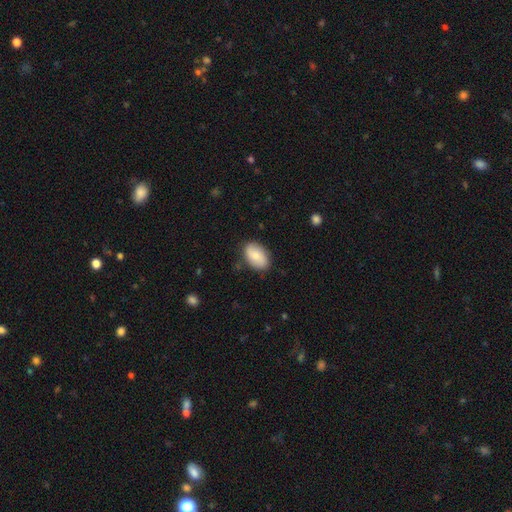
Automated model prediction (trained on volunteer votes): A smooth galaxy with no disk features (76%) that is in between round and cigar-shaped (91%). Merging: none (81%).